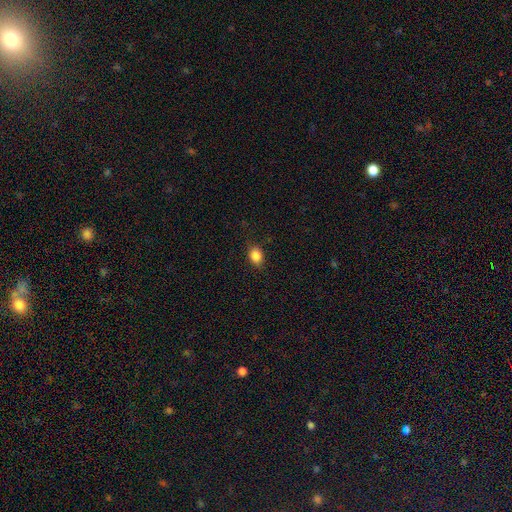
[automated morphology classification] The model was most divided on "how rounded": in between: 66%, round: 32%, cigar-shaped: 1%. More confident: smooth or featured — smooth (86%); merging — none (83%).